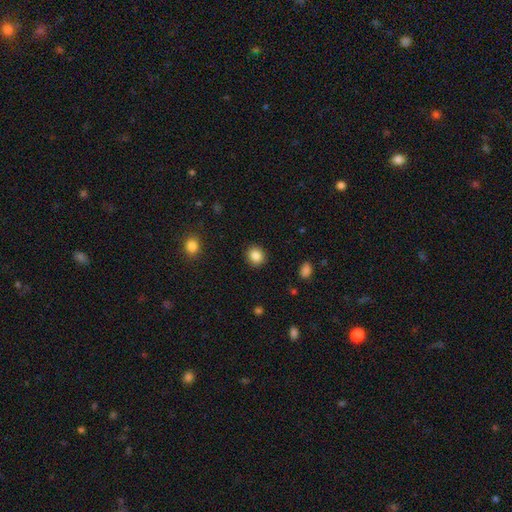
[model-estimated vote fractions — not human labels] Q: Smooth or featured?
A: smooth (86%); runner-up: star or artifact (10%)
Q: How rounded?
A: round (82%); runner-up: in between (17%)
Q: Merging?
A: none (91%); runner-up: minor disturbance (6%)